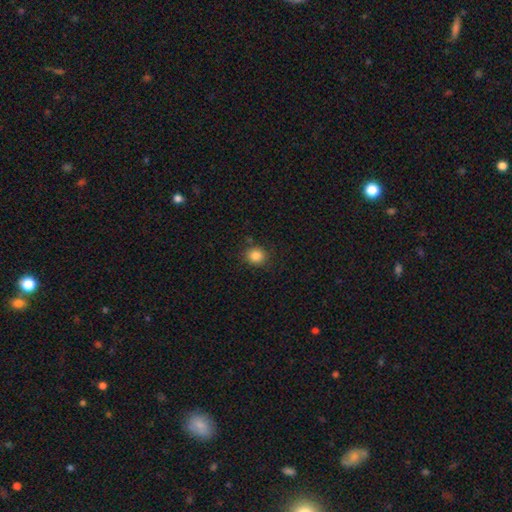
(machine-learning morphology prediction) smooth 85%, star or artifact 11%, featured or disk 4%. Down the decision tree: how rounded — round (84%); merging — none (85%).